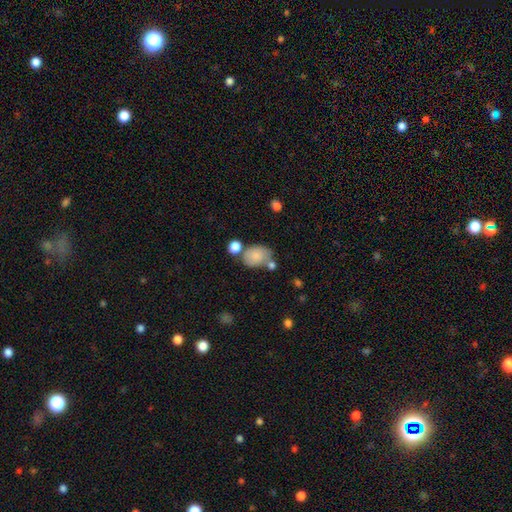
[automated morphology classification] Smooth or featured? Predicted: smooth (p=0.80). How rounded? Predicted: in between (p=0.68). Merging? Predicted: none (p=0.49).